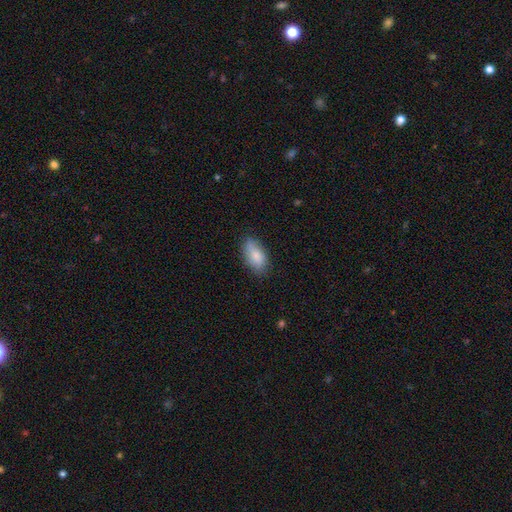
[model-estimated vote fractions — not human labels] Smooth or featured?
  - smooth: 81% *
  - featured or disk: 12%
  - star or artifact: 6%
How rounded?
  - in between: 91% *
  - cigar-shaped: 5%
  - round: 4%
Merging?
  - none: 79% *
  - minor disturbance: 17%
  - major disturbance: 3%
  - merger: 1%